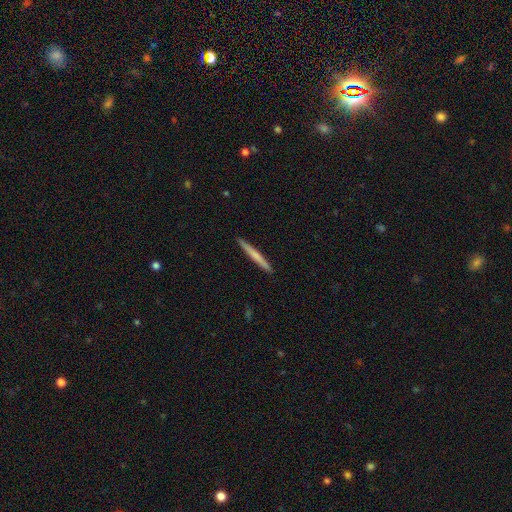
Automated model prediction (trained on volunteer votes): smooth 58%, featured or disk 37%, star or artifact 5%. Down the decision tree: how rounded — cigar-shaped (97%); merging — none (93%).